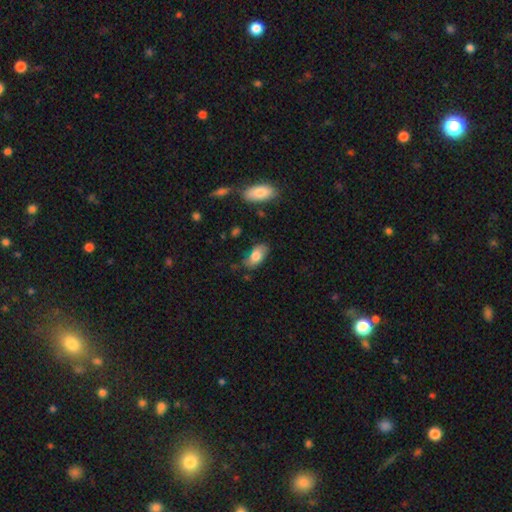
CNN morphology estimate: Smooth or featured? Predicted: smooth (p=0.75). How rounded? Predicted: in between (p=0.92). Merging? Predicted: none (p=0.61).